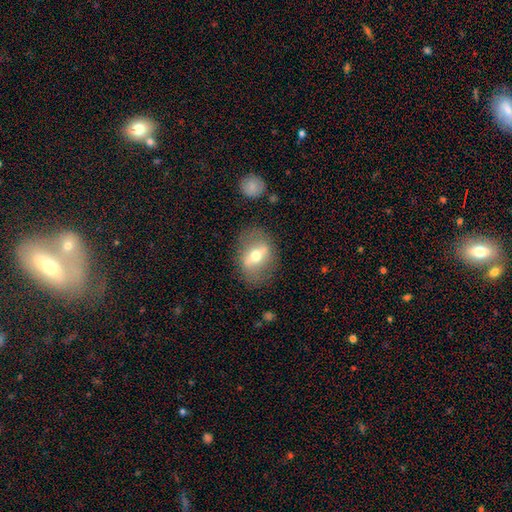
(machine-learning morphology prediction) This appears to be a featured or disk galaxy (54%). Merging: none (78%).